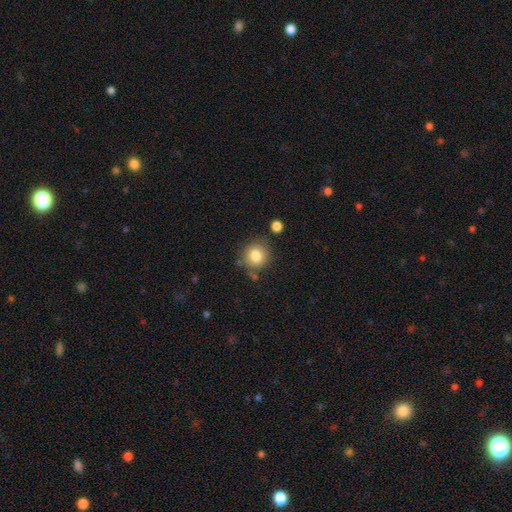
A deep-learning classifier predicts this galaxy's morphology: This is clearly a smooth galaxy (81%). How rounded: clearly round (86%). Merging: likely none (78%).